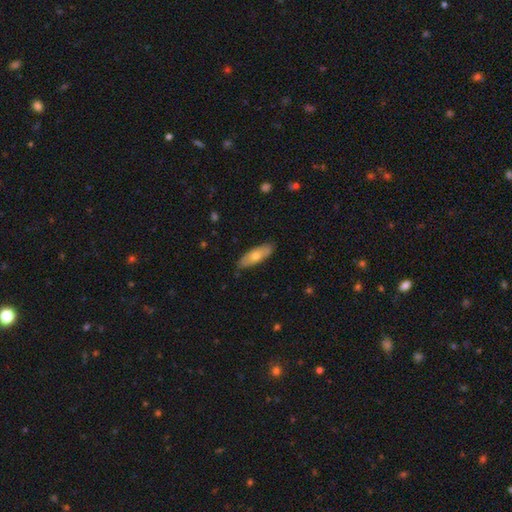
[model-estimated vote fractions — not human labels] Smooth or featured? smooth (59%)
How rounded? in between (59%)
Merging? none (83%)